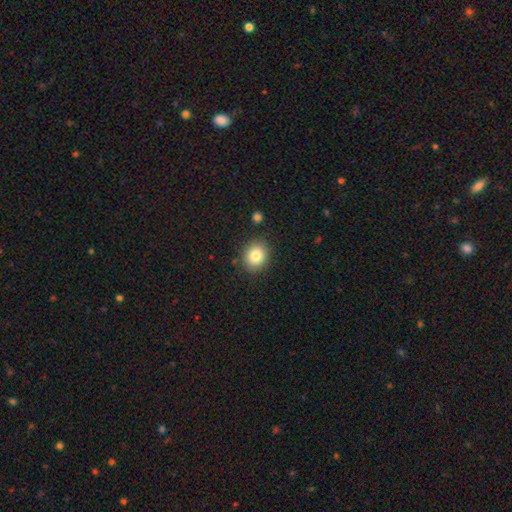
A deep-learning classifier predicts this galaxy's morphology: Q: Smooth or featured?
A: smooth (83%); runner-up: star or artifact (10%)
Q: How rounded?
A: round (74%); runner-up: in between (25%)
Q: Merging?
A: none (87%); runner-up: minor disturbance (9%)